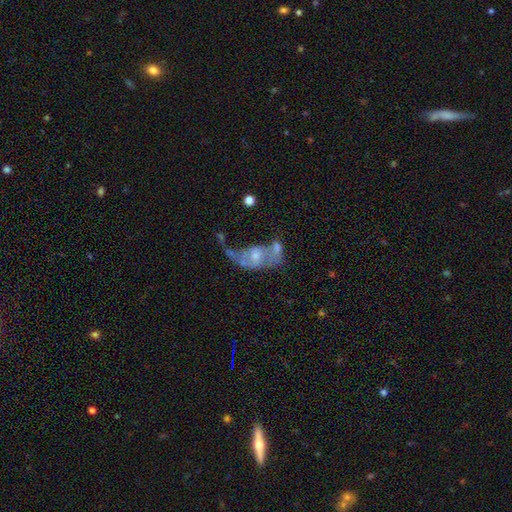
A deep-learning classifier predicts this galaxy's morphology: The model was most divided on "bulge size": small: 45%, moderate: 41%, none: 8%, large: 4%, dominant: 2%. Remaining: edge-on disk — no (94%); bar — no (74%); smooth or featured — featured or disk (63%); spiral arms — yes (53%); merging — merger (41%).